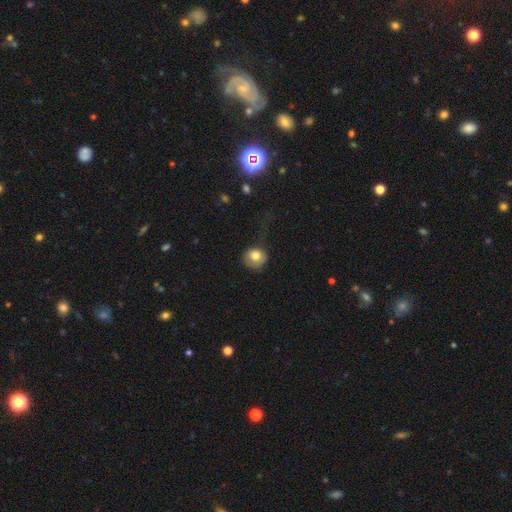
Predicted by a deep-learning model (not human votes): A smooth galaxy with no disk features (77%) that is round (79%).

Vote fractions:
- Smooth or featured? smooth: 77% / featured or disk: 14% / star or artifact: 9%
- How rounded? round: 79% / in between: 21% / cigar-shaped: 1%
- Merging? none: 51% / minor disturbance: 27% / major disturbance: 20% / merger: 2%